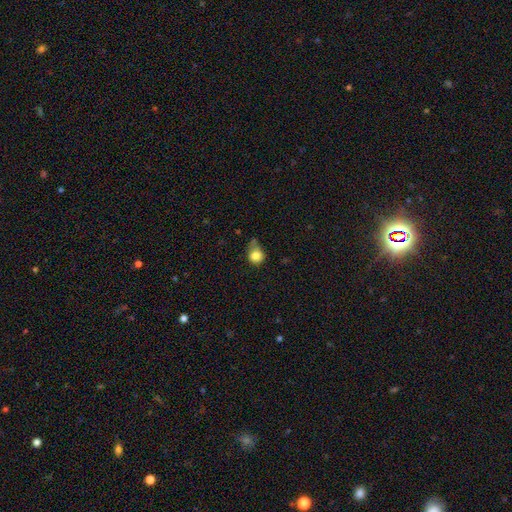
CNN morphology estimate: Smooth or featured? smooth (83%)
How rounded? round (81%)
Merging? none (44%)